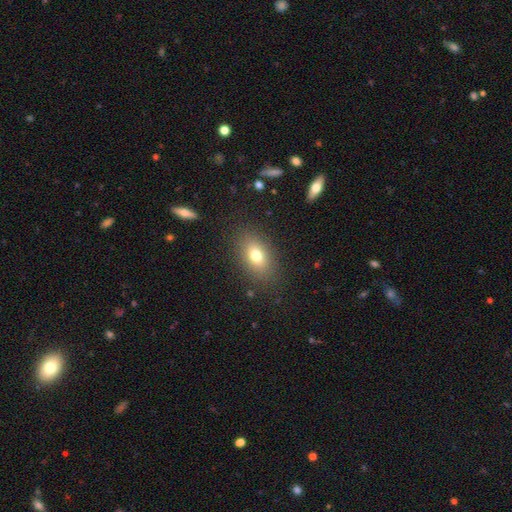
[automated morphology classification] Smooth or featured?
  - smooth: 75% *
  - featured or disk: 14%
  - star or artifact: 12%
How rounded?
  - in between: 82% *
  - round: 15%
  - cigar-shaped: 3%
Merging?
  - none: 86% *
  - minor disturbance: 9%
  - major disturbance: 4%
  - merger: 1%